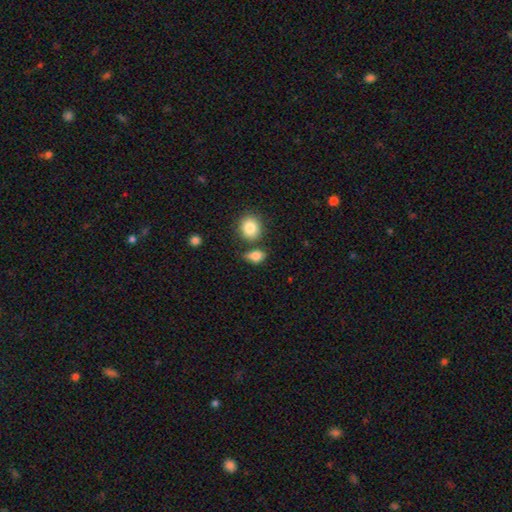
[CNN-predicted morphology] Q: Smooth or featured?
A: smooth (84%); runner-up: star or artifact (9%)
Q: How rounded?
A: in between (67%); runner-up: round (30%)
Q: Merging?
A: none (54%); runner-up: minor disturbance (20%)